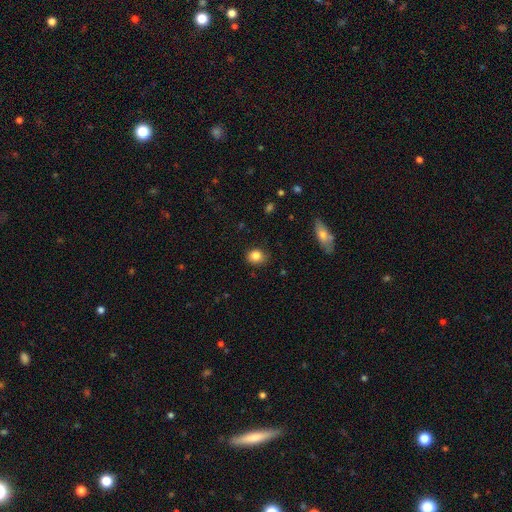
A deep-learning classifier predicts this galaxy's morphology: The model was most divided on "how rounded": round: 68%, in between: 31%, cigar-shaped: 1%. More confident: smooth or featured — smooth (84%); merging — none (84%).